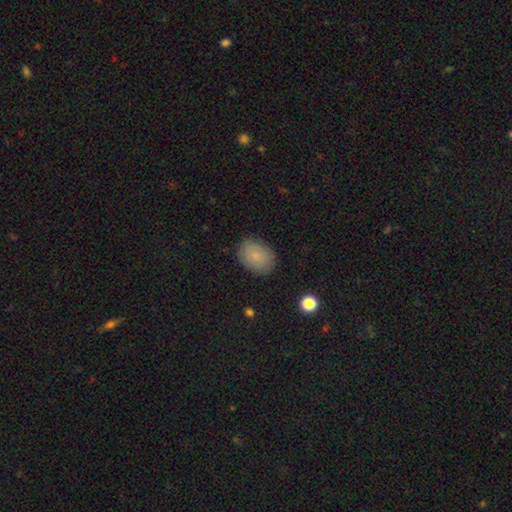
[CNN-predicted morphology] A smooth galaxy with no disk features (79%) that is in between round and cigar-shaped (72%). Merging: none (83%).